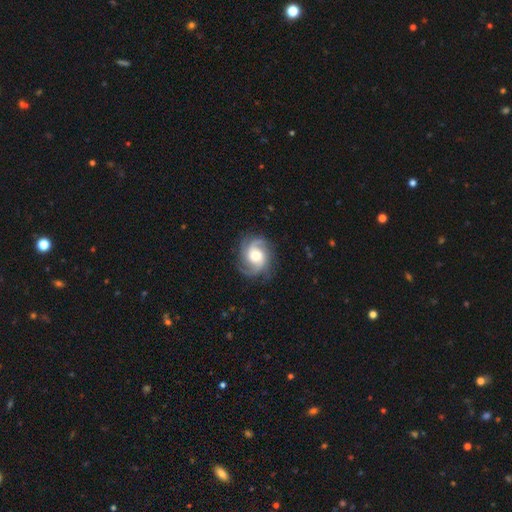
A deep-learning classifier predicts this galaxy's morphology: A featured or disk galaxy (86%) with no bar (66%), 3 (44%) medium (47%) spiral arms (97%) and a moderate central bulge (66%).

Vote fractions:
- Smooth or featured? featured or disk: 86% / smooth: 8% / star or artifact: 5%
- Edge-on disk? no: 98% / yes: 2%
- Bar? no: 66% / weak: 27% / strong: 7%
- Spiral arms? yes: 97% / no: 3%
- Spiral winding? medium: 47% / tight: 37% / loose: 16%
- Spiral arm count? 3: 44% / 2: 32% / can't tell: 10% / 4: 6% / 1: 5% / more than 4: 4%
- Bulge size? moderate: 66% / small: 17% / large: 15% / dominant: 1% / none: 1%
- Merging? none: 78% / minor disturbance: 14% / major disturbance: 6% / merger: 1%